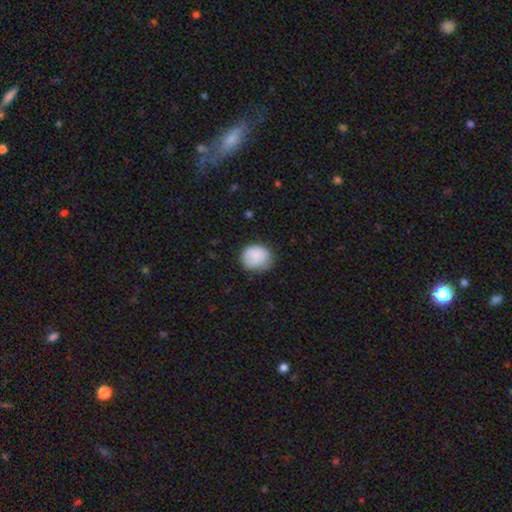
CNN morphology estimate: Smooth or featured? smooth (84%)
How rounded? round (66%)
Merging? none (67%)